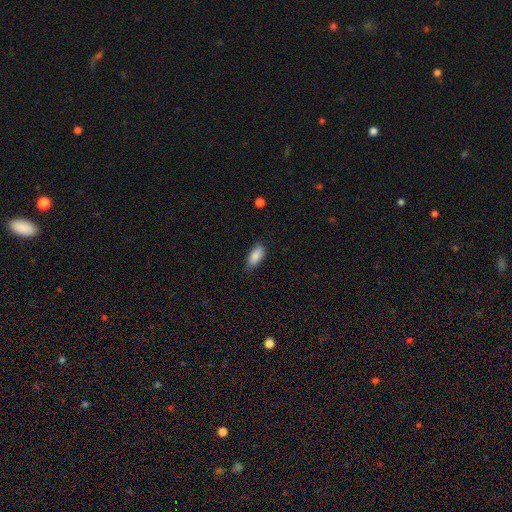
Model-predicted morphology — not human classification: Q: Smooth or featured?
A: smooth (88%); runner-up: star or artifact (7%)
Q: How rounded?
A: in between (86%); runner-up: cigar-shaped (11%)
Q: Merging?
A: none (72%); runner-up: minor disturbance (23%)